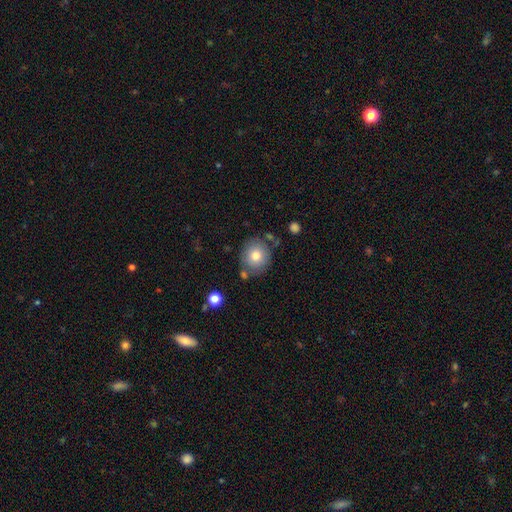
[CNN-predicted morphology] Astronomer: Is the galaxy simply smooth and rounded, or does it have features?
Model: smooth — 78%.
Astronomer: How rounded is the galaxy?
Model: round — 85%.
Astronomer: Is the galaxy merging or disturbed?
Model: none — 76%.